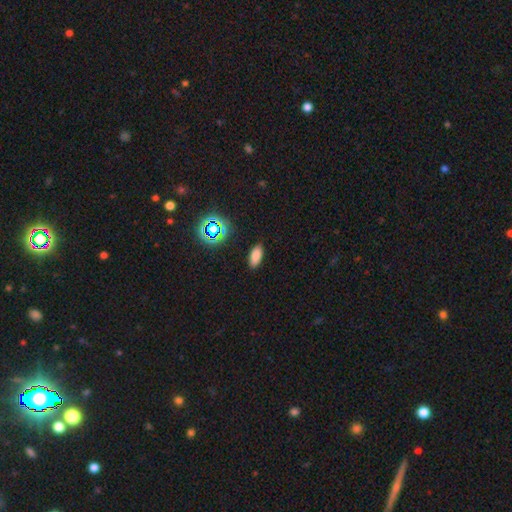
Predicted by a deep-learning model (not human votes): Smooth or featured? Predicted: smooth (p=0.79). How rounded? Predicted: in between (p=0.85). Merging? Predicted: none (p=0.87).